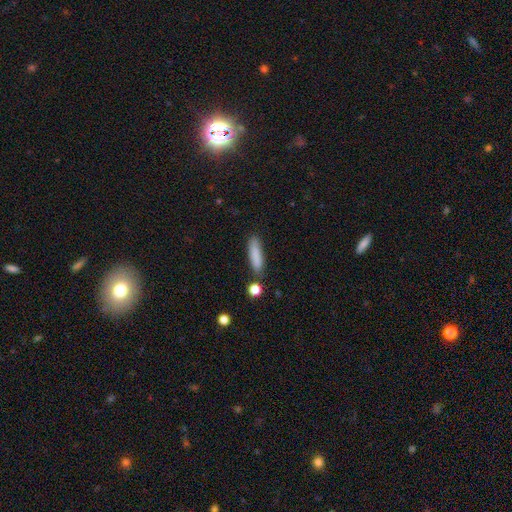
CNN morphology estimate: smooth-or-featured: smooth: 85% | featured or disk: 8% | star or artifact: 7%
  how-rounded: cigar-shaped: 69% | in between: 29% | round: 2%
  merging: none: 78% | minor disturbance: 13% | merger: 5% | major disturbance: 3%